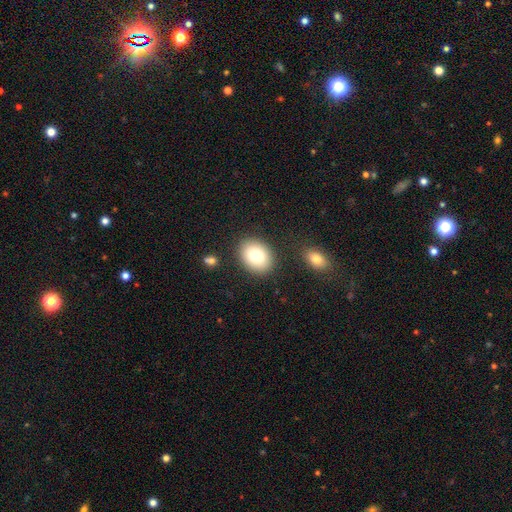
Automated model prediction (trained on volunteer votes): A smooth galaxy with no disk features (80%) that is in between round and cigar-shaped (59%). Merging: none (85%).